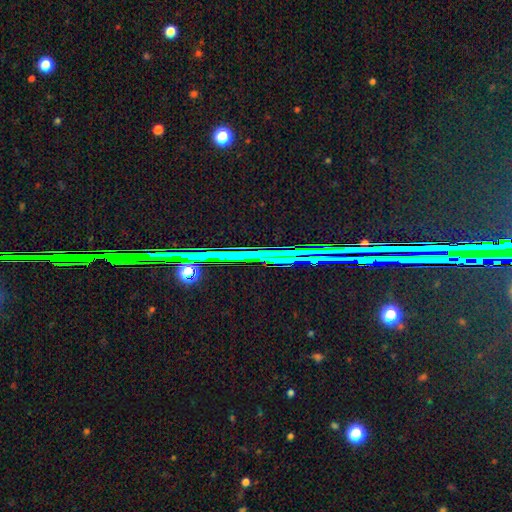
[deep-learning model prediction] smooth-or-featured: star or artifact: 80% | featured or disk: 12% | smooth: 8%